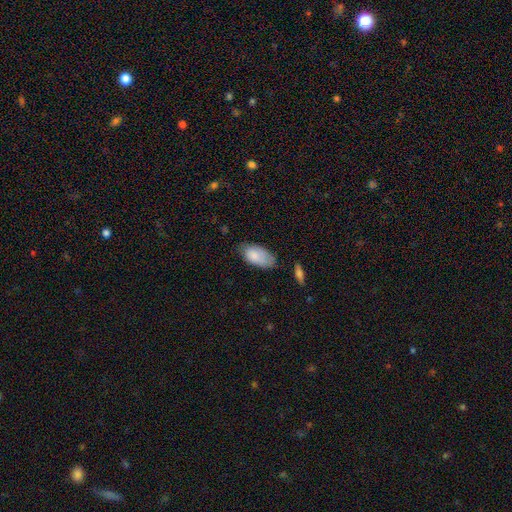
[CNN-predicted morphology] A smooth galaxy with no disk features (83%) that is in between round and cigar-shaped (94%).

Vote fractions:
- Smooth or featured? smooth: 83% / featured or disk: 11% / star or artifact: 7%
- How rounded? in between: 94% / cigar-shaped: 3% / round: 3%
- Merging? none: 54% / minor disturbance: 34% / major disturbance: 9% / merger: 3%